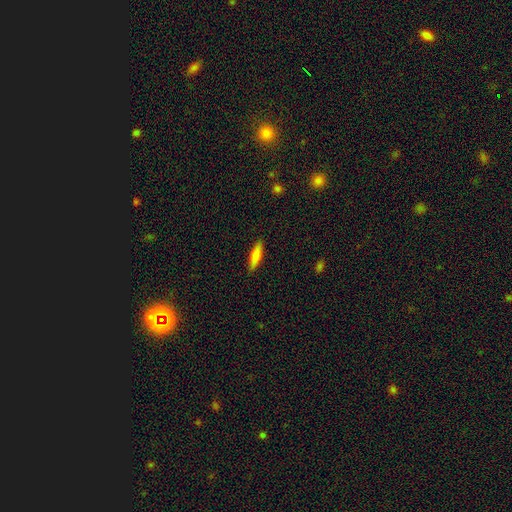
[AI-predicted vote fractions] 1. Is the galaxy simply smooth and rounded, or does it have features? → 78% smooth, 16% featured or disk, 6% star or artifact.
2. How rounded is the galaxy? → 68% cigar-shaped, 30% in between, 2% round.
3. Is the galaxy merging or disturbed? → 89% none, 8% minor disturbance, 2% major disturbance, 1% merger.